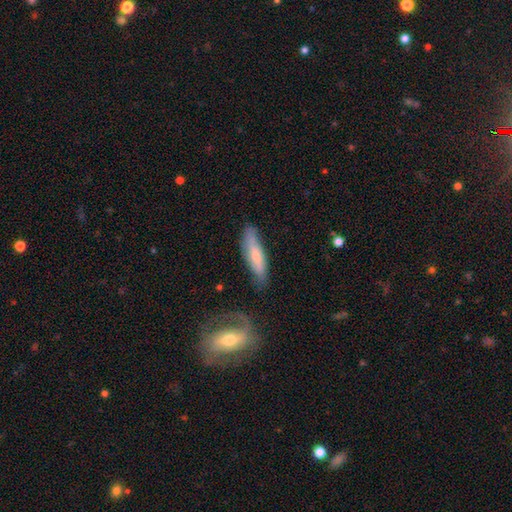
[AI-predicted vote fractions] smooth-or-featured: smooth: 56% | featured or disk: 38% | star or artifact: 6%
  how-rounded: cigar-shaped: 72% | in between: 26% | round: 2%
  merging: none: 71% | minor disturbance: 20% | major disturbance: 6% | merger: 4%